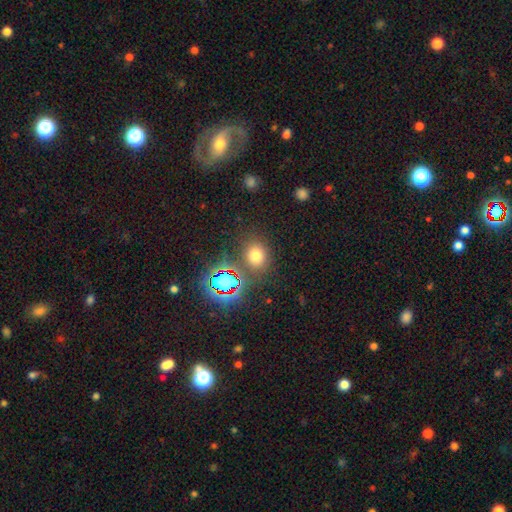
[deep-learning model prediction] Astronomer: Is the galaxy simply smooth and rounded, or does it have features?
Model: smooth — 67%.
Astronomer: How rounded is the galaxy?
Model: round — 64%.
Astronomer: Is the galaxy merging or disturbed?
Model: none — 80%.